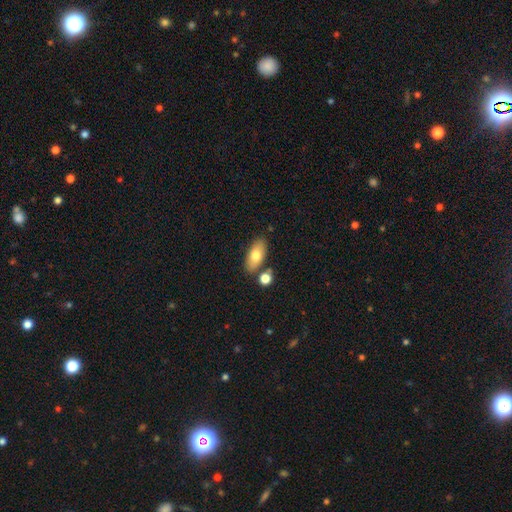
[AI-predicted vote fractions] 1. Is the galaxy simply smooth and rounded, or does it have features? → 74% smooth, 19% featured or disk, 7% star or artifact.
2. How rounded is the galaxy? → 87% in between, 9% cigar-shaped, 4% round.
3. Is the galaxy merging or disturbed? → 76% none, 11% minor disturbance, 10% merger, 3% major disturbance.